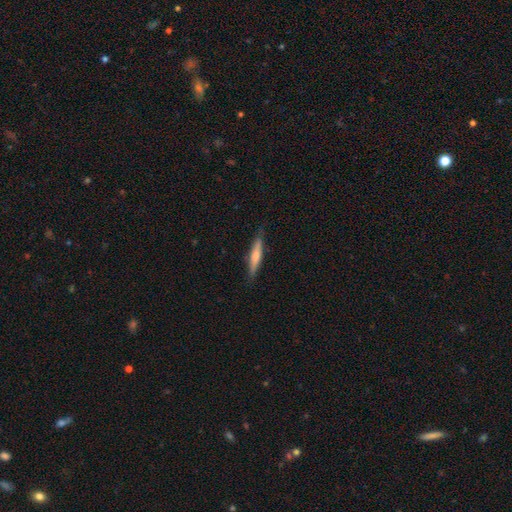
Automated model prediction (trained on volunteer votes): smooth 58%, featured or disk 37%, star or artifact 5%. Down the decision tree: how rounded — cigar-shaped (90%); merging — none (86%).